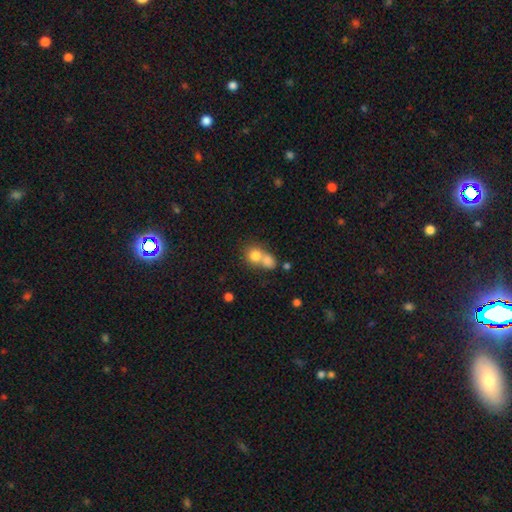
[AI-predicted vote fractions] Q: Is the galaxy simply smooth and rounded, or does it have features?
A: smooth — 77%.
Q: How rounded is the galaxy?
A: round — 76%.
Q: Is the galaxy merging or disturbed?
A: merger — 61%.